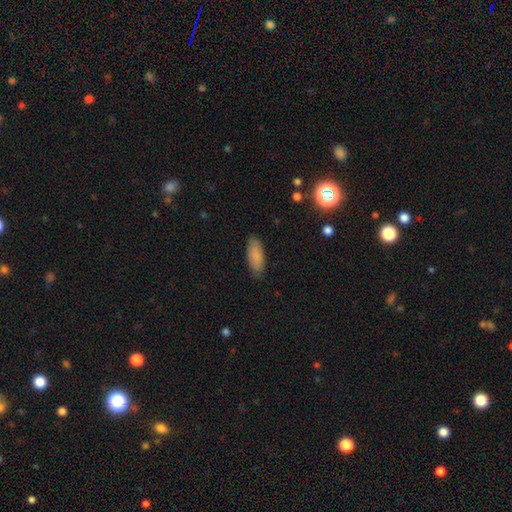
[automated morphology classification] A smooth galaxy with no disk features (87%) that is in between round and cigar-shaped (80%). Merging: none (86%).